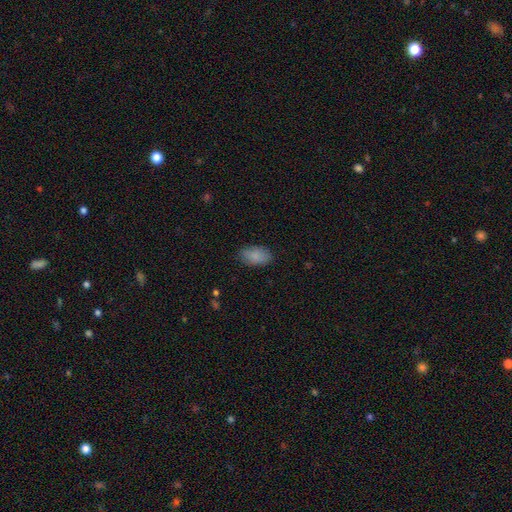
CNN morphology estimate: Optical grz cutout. It shows a smooth galaxy with no disk features (87%) that is in between round and cigar-shaped (93%). Merging: none (82%).